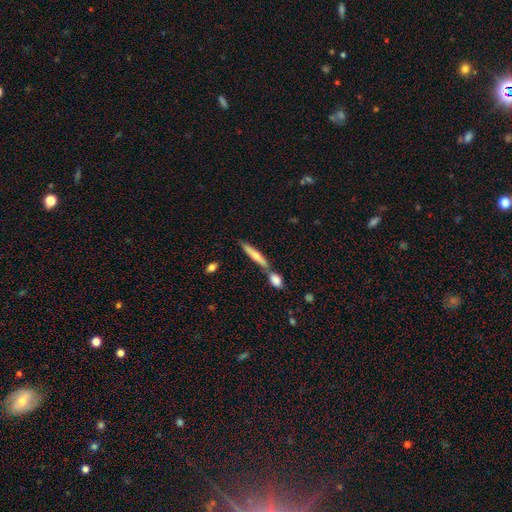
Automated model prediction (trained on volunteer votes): The model was most divided on "merging": none: 56%, merger: 31%, minor disturbance: 11%, major disturbance: 3%. More confident: how rounded — cigar-shaped (88%); smooth or featured — smooth (61%).